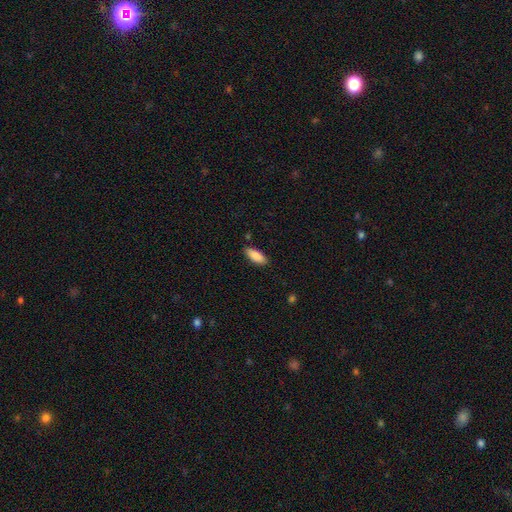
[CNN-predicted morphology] smooth 88%, star or artifact 6%, featured or disk 5%. Down the decision tree: how rounded — in between (77%); merging — none (85%).